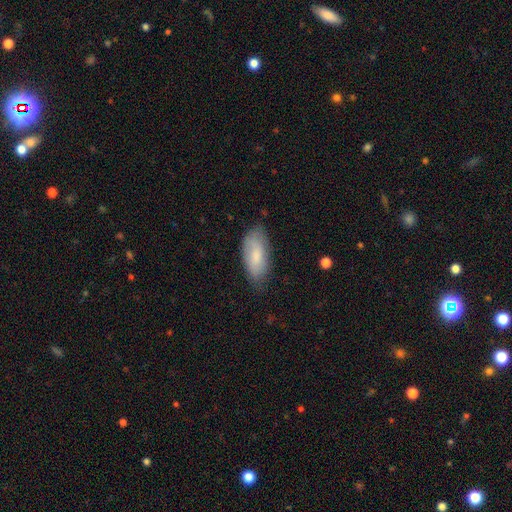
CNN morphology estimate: A smooth galaxy with no disk features (76%) that is in between round and cigar-shaped (86%). Merging: none (73%).